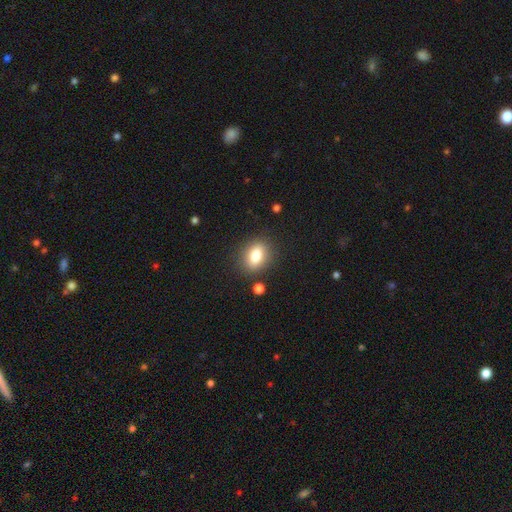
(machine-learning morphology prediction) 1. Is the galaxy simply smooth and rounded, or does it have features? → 80% smooth, 10% featured or disk, 10% star or artifact.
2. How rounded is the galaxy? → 70% in between, 27% round, 2% cigar-shaped.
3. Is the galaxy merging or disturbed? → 84% none, 9% minor disturbance, 3% merger, 3% major disturbance.